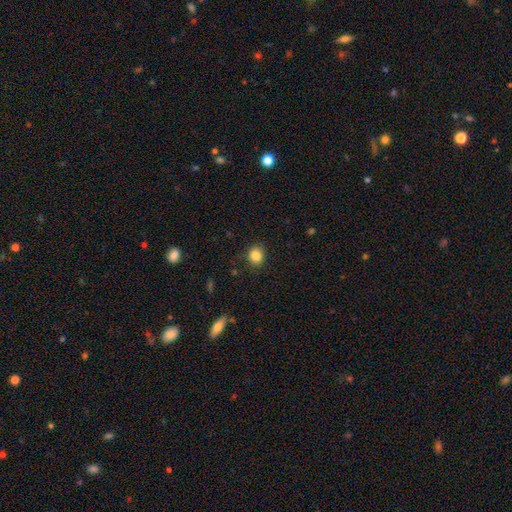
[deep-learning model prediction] Smooth or featured? Predicted: smooth (p=0.85). How rounded? Predicted: round (p=0.69). Merging? Predicted: none (p=0.87).